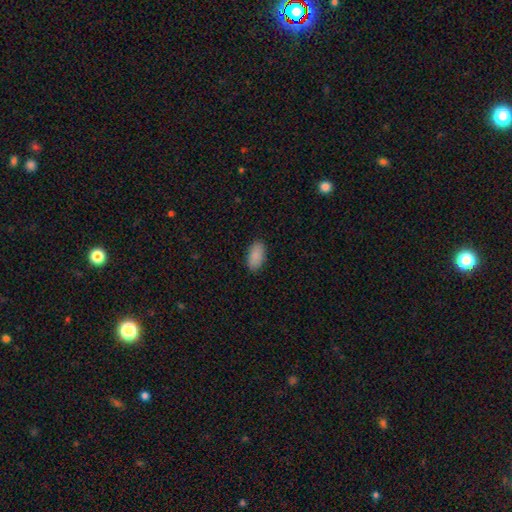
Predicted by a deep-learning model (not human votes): smooth-or-featured: smooth: 90% | star or artifact: 7% | featured or disk: 4%
  how-rounded: in between: 94% | cigar-shaped: 3% | round: 2%
  merging: none: 89% | minor disturbance: 8% | major disturbance: 2% | merger: 1%